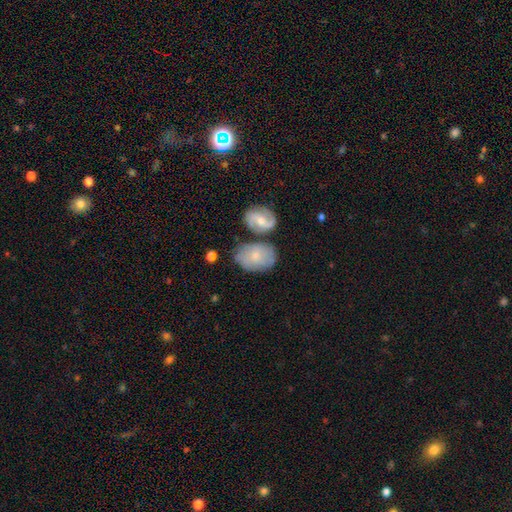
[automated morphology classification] smooth-or-featured: smooth: 58% | featured or disk: 35% | star or artifact: 7%
  how-rounded: in between: 86% | round: 13% | cigar-shaped: 1%
  merging: none: 49% | merger: 23% | minor disturbance: 21% | major disturbance: 7%